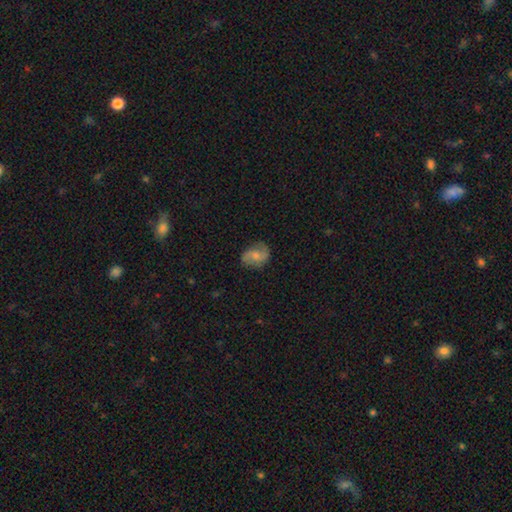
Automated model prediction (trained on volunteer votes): This is possibly a featured or disk galaxy (53%). It is clearly not viewed edge-on (97%). Bar: possibly no (49%). Spiral arm pattern: clearly yes (89%). Central bulge: marginally moderate (41%). Merging: likely none (73%).